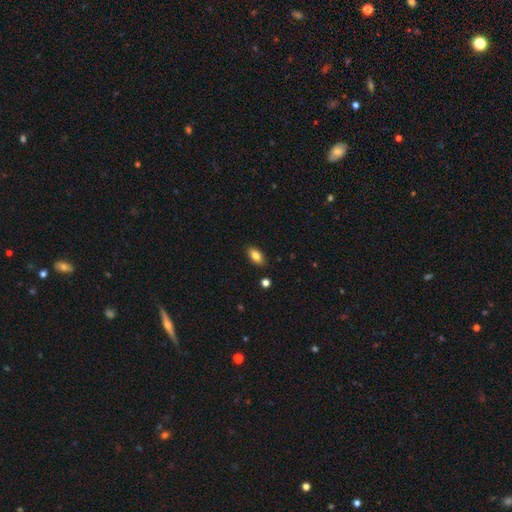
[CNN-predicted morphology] Overall: smooth (84%). How rounded: in between (90%). Merging: none (87%).